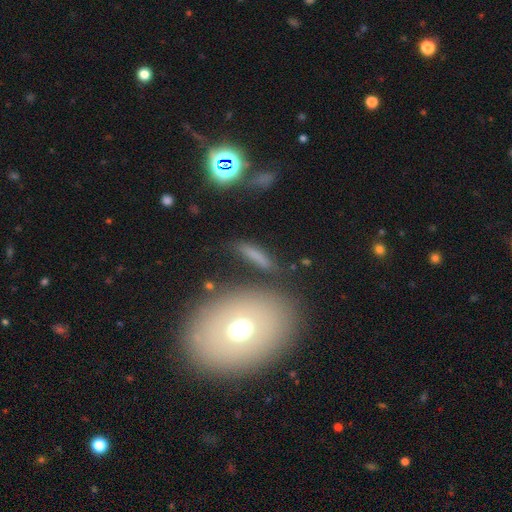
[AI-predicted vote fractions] Morphology: type=smooth (63%); roundness=cigar-shaped (58%); merging=none (73%).